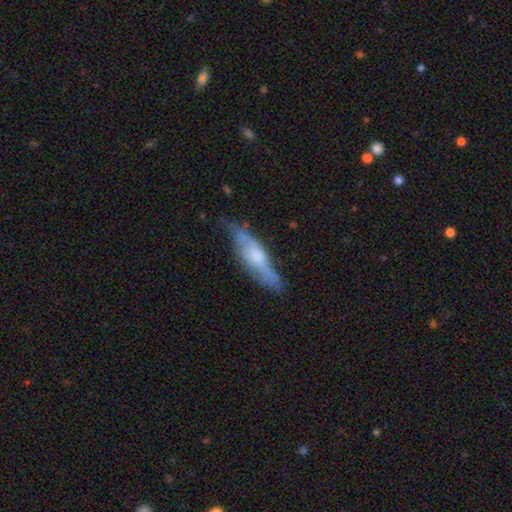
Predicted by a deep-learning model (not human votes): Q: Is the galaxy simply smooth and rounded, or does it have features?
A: featured or disk — 53%.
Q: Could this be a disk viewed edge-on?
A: yes — 70%.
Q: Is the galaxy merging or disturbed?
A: none — 64%.